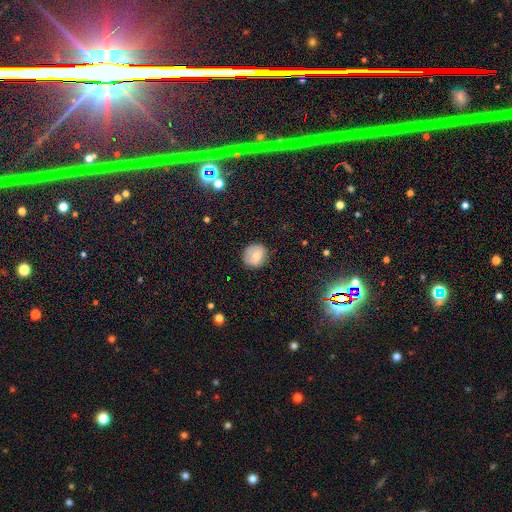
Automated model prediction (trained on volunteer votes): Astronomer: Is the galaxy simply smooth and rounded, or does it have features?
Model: smooth — 68%.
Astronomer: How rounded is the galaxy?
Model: round — 83%.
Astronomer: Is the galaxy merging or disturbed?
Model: none — 79%.